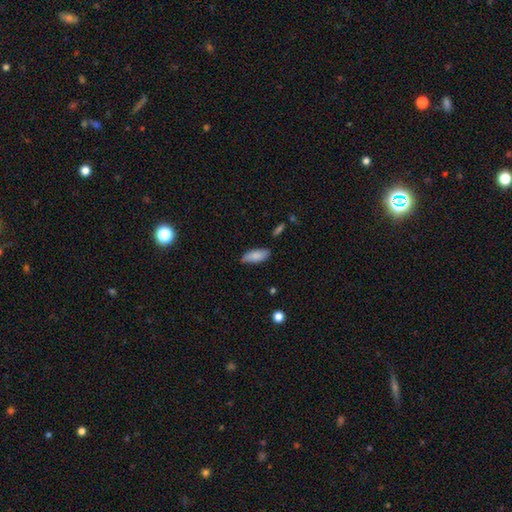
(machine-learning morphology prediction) A smooth galaxy with no disk features (84%) that is in between round and cigar-shaped (83%).

Vote fractions:
- Smooth or featured? smooth: 84% / featured or disk: 9% / star or artifact: 6%
- How rounded? in between: 83% / cigar-shaped: 15% / round: 2%
- Merging? none: 78% / minor disturbance: 17% / major disturbance: 3% / merger: 2%